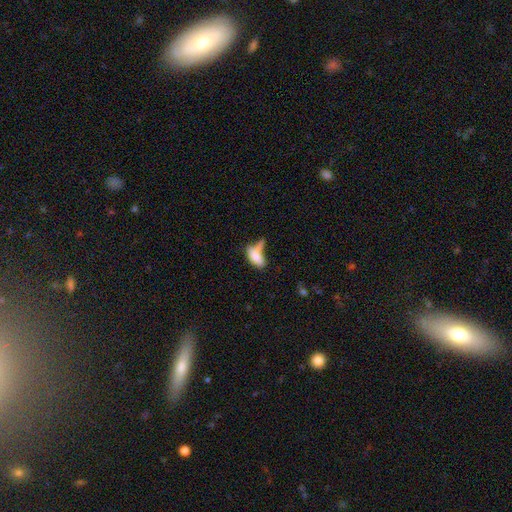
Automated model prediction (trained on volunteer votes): Smooth or featured? Predicted: smooth (p=0.73). How rounded? Predicted: in between (p=0.78). Merging? Predicted: merger (p=0.33).